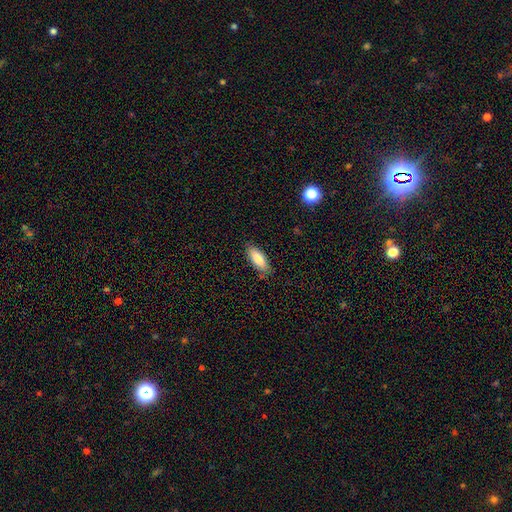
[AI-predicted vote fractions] Morphology: type=smooth (83%); roundness=in between (74%); merging=none (85%).